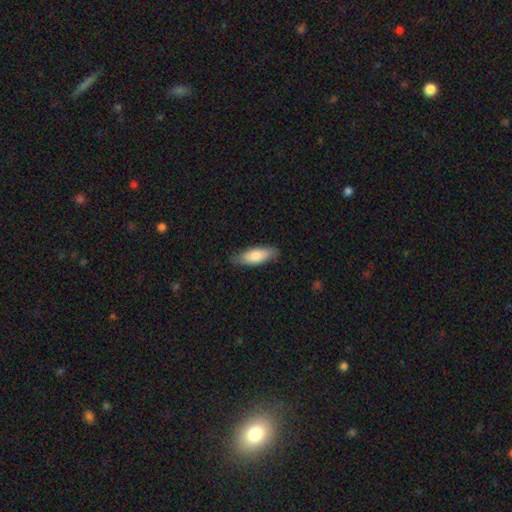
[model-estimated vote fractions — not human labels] Morphology: type=smooth (78%); roundness=in between (72%); merging=none (79%).